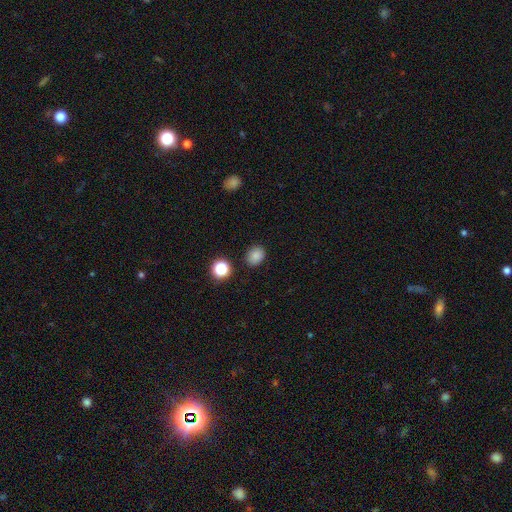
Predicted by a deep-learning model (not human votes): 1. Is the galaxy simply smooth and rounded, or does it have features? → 83% smooth, 13% star or artifact, 4% featured or disk.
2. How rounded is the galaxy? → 51% round, 48% in between, 1% cigar-shaped.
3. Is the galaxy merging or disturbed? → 86% none, 9% minor disturbance, 3% major disturbance, 2% merger.